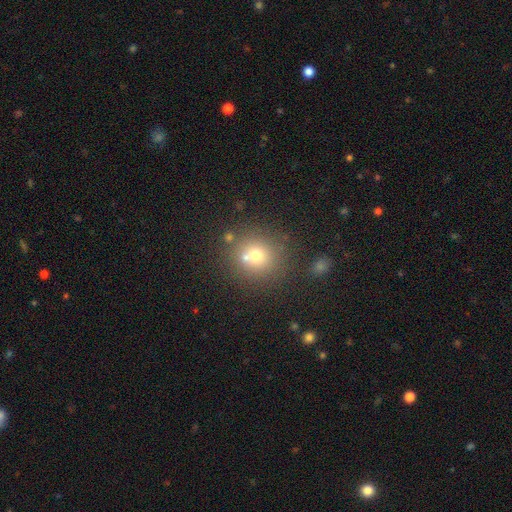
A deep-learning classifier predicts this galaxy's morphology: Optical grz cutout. It shows a smooth galaxy with no disk features (68%) that is round (89%). Merging: none (63%).